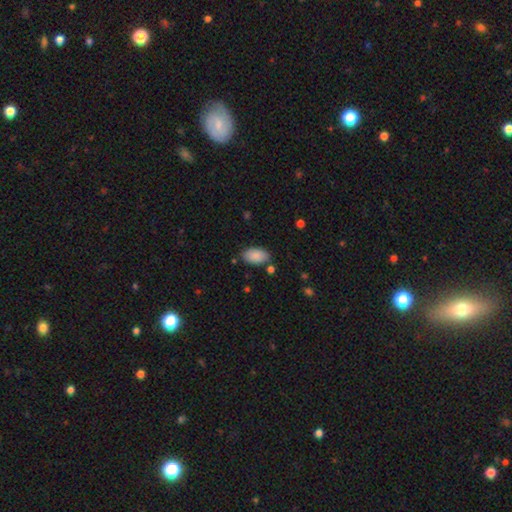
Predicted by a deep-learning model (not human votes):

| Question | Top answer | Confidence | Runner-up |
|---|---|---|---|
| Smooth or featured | smooth | 89% | star or artifact (7%) |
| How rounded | in between | 94% | round (4%) |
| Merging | none | 81% | minor disturbance (12%) |